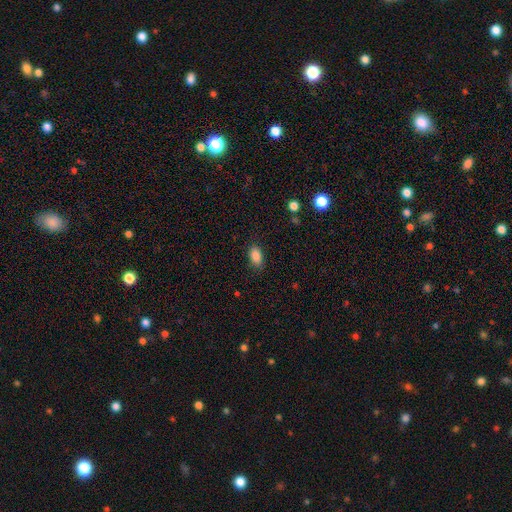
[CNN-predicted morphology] This is clearly a smooth galaxy (87%). How rounded: clearly in between (90%). Merging: clearly none (85%).